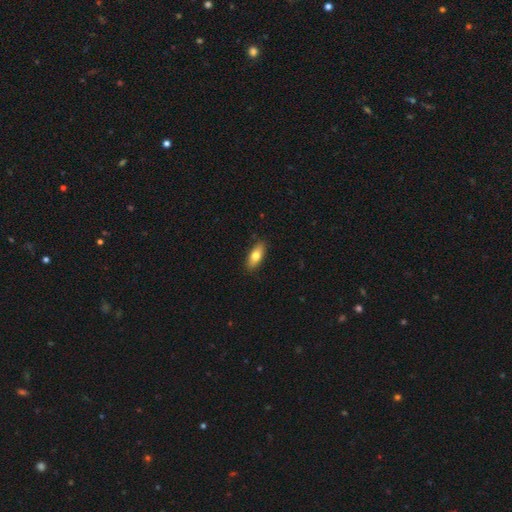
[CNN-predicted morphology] This is likely a smooth galaxy (72%). How rounded: likely in between (74%). Merging: clearly none (88%).